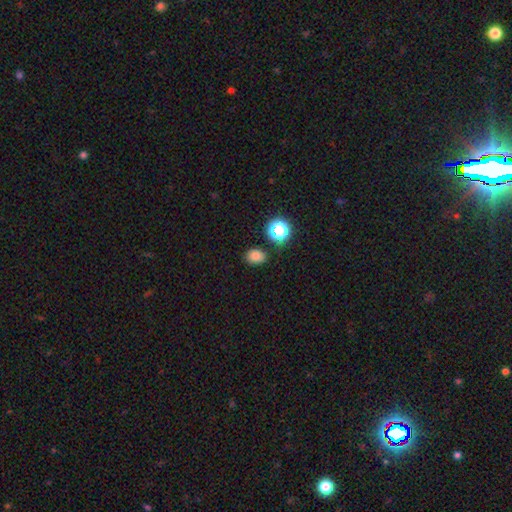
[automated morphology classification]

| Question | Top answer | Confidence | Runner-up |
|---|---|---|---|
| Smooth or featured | smooth | 76% | star or artifact (17%) |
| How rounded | in between | 60% | round (39%) |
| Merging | none | 82% | minor disturbance (12%) |